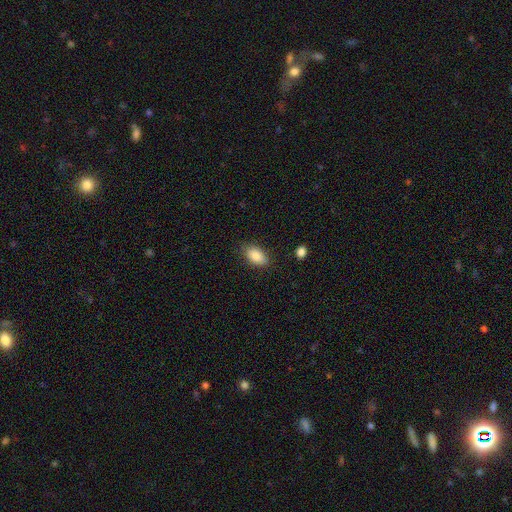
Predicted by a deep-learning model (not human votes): smooth-or-featured: smooth: 87% | star or artifact: 7% | featured or disk: 6%
  how-rounded: in between: 91% | round: 6% | cigar-shaped: 3%
  merging: none: 81% | minor disturbance: 14% | major disturbance: 3% | merger: 2%